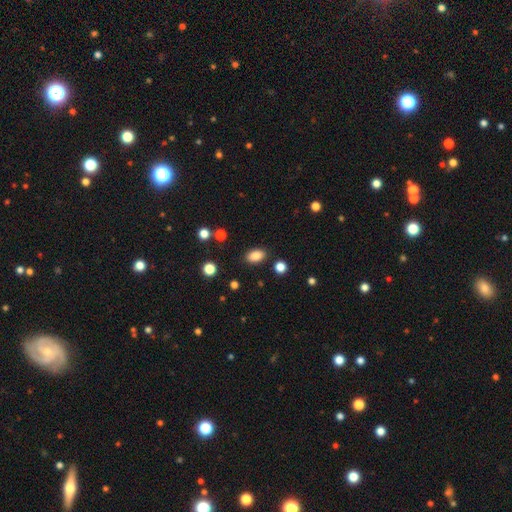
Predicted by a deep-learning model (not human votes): Q: Smooth or featured?
A: smooth (86%); runner-up: star or artifact (10%)
Q: How rounded?
A: in between (89%); runner-up: round (9%)
Q: Merging?
A: none (87%); runner-up: minor disturbance (9%)